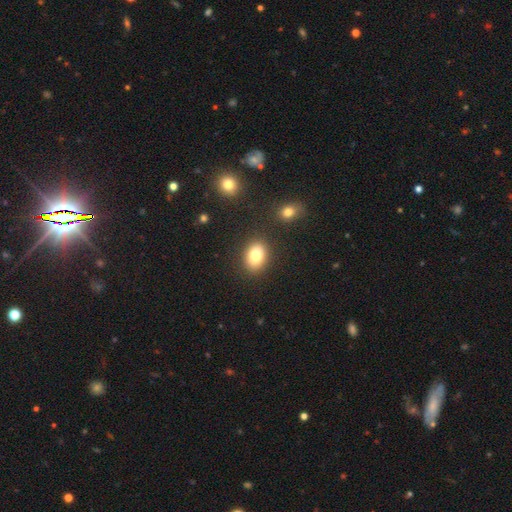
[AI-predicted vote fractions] Smooth or featured? Predicted: smooth (p=0.80). How rounded? Predicted: in between (p=0.69). Merging? Predicted: none (p=0.86).